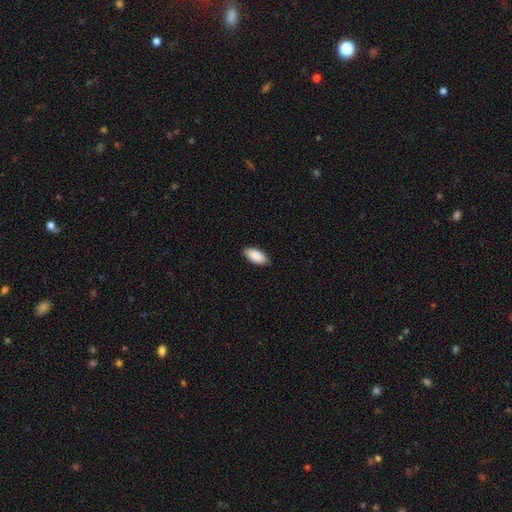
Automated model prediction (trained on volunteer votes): This is clearly a smooth galaxy (91%). How rounded: clearly in between (93%). Merging: clearly none (89%).